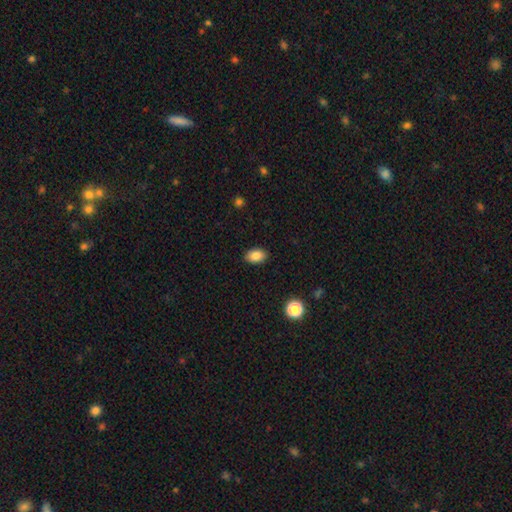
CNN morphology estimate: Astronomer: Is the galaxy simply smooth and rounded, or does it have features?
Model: smooth — 87%.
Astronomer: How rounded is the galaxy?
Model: in between — 87%.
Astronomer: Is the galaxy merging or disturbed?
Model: none — 89%.